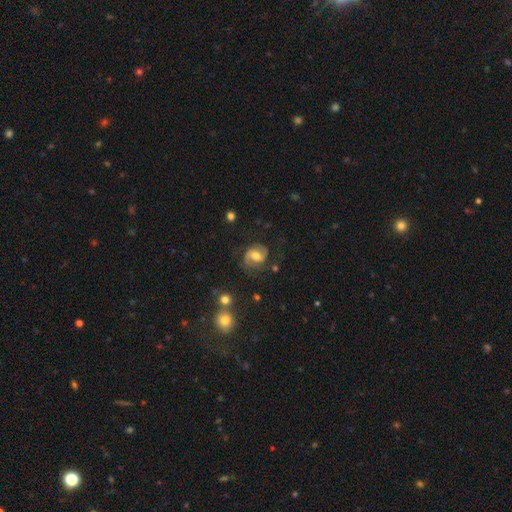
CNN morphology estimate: smooth-or-featured: featured or disk: 69% | smooth: 23% | star or artifact: 8%
  disk-edge-on: no: 98% | yes: 2%
    bar: weak: 47% | no: 37% | strong: 17%
    has-spiral-arms: yes: 91% | no: 9%
      spiral-winding: medium: 51% | loose: 27% | tight: 22%
      spiral-arm-count: 2: 88% | can't tell: 6% | 1: 3% | 3: 1% | 4: 1% | more than 4: 1%
    bulge-size: moderate: 66% | small: 16% | large: 13% | none: 3% | dominant: 1%
  merging: none: 71% | minor disturbance: 18% | major disturbance: 9% | merger: 2%